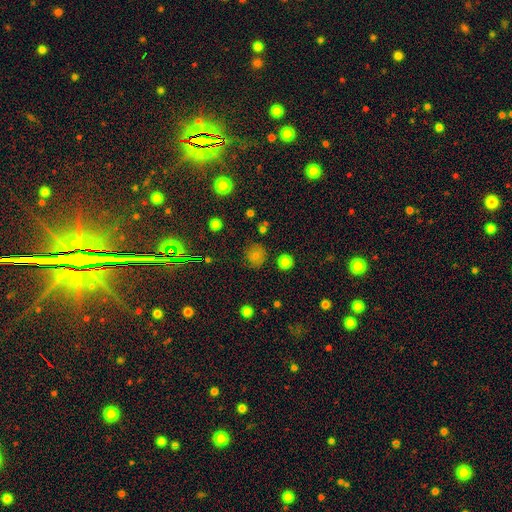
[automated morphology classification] Q: Smooth or featured?
A: smooth (71%); runner-up: star or artifact (19%)
Q: How rounded?
A: round (84%); runner-up: in between (15%)
Q: Merging?
A: none (79%); runner-up: minor disturbance (14%)